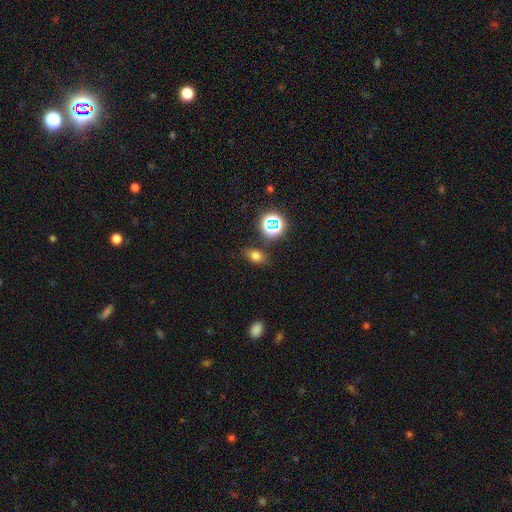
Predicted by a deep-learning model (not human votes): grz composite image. It shows a smooth galaxy with no disk features (71%) that is in between round and cigar-shaped (73%). Merging: none (79%).